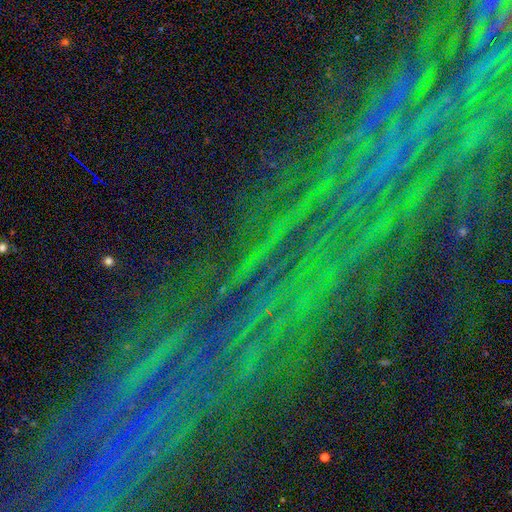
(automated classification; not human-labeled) smooth_or_featured: star or artifact (p=0.82) [alt: featured or disk p=0.10]